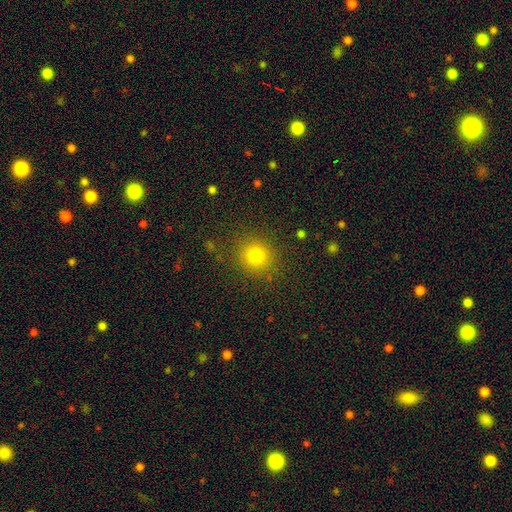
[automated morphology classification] type=smooth (78%); roundness=round (88%); merging=none (86%).